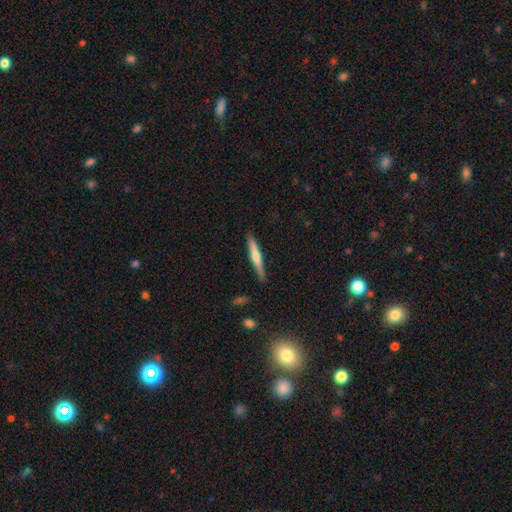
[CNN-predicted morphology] smooth-or-featured: smooth: 48% | featured or disk: 46% | star or artifact: 6%
  merging: none: 87% | minor disturbance: 10% | major disturbance: 2% | merger: 2%